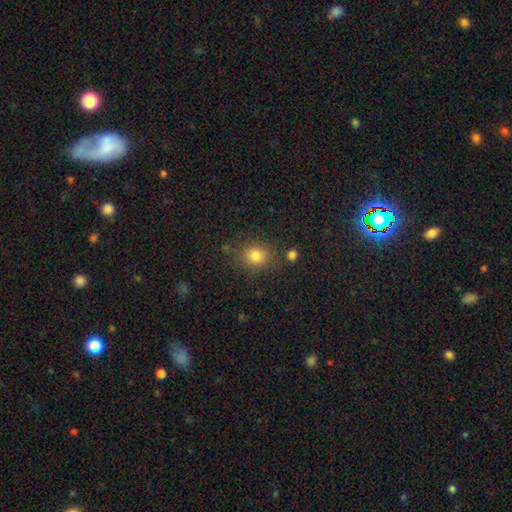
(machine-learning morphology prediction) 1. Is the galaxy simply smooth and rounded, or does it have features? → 80% smooth, 13% star or artifact, 7% featured or disk.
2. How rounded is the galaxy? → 80% round, 19% in between, 1% cigar-shaped.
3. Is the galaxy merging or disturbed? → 81% none, 11% minor disturbance, 4% merger, 4% major disturbance.